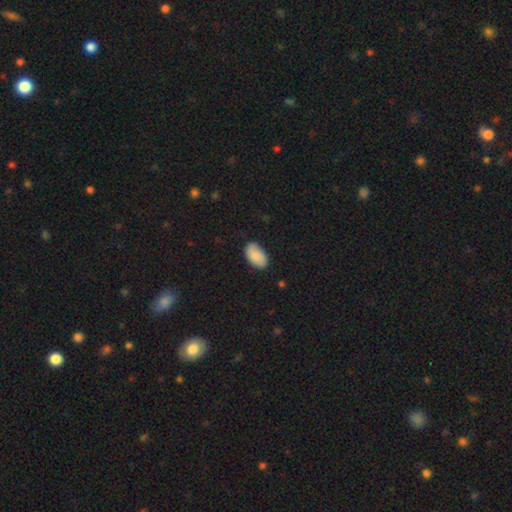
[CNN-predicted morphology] The model was most divided on "merging": none: 80%, minor disturbance: 16%, major disturbance: 3%, merger: 1%. More confident: how rounded — in between (94%); smooth or featured — smooth (87%).